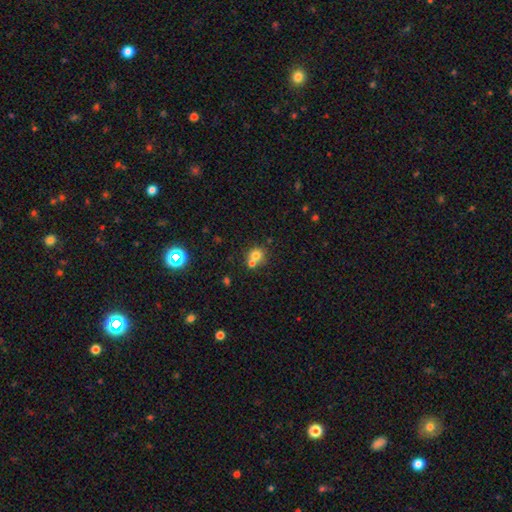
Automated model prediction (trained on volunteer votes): Q: Smooth or featured?
A: smooth (73%); runner-up: star or artifact (14%)
Q: How rounded?
A: round (83%); runner-up: in between (16%)
Q: Merging?
A: none (48%); runner-up: merger (41%)